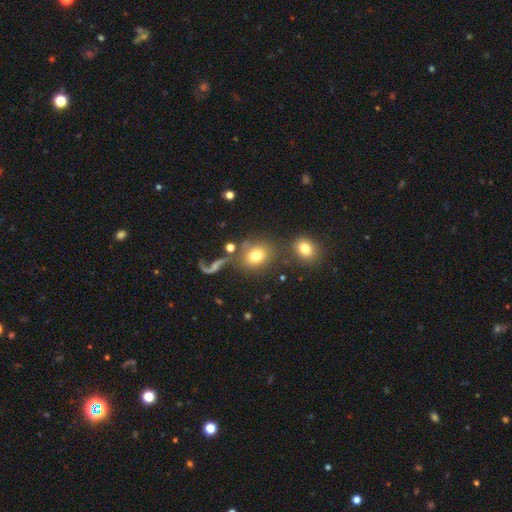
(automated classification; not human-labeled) Q: Smooth or featured?
A: smooth (73%); runner-up: featured or disk (15%)
Q: How rounded?
A: round (62%); runner-up: in between (37%)
Q: Merging?
A: none (63%); runner-up: merger (16%)